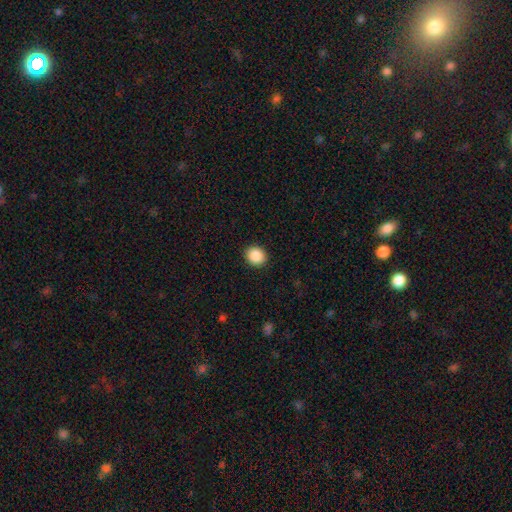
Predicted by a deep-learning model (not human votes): A smooth galaxy with no disk features (89%) that is round (76%). Merging: none (91%).